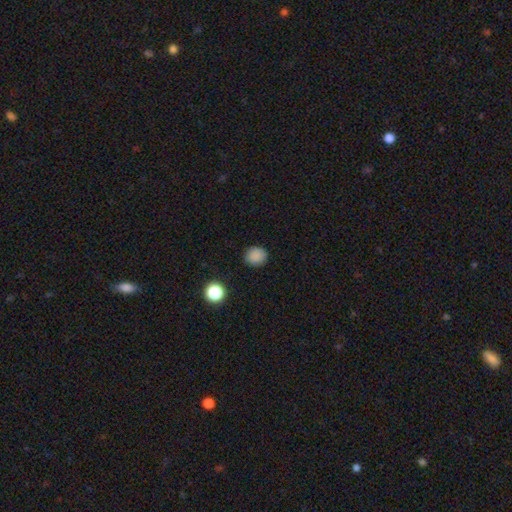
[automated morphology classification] The model was most divided on "how rounded": round: 82%, in between: 17%, cigar-shaped: 1%. More confident: merging — none (87%); smooth or featured — smooth (85%).